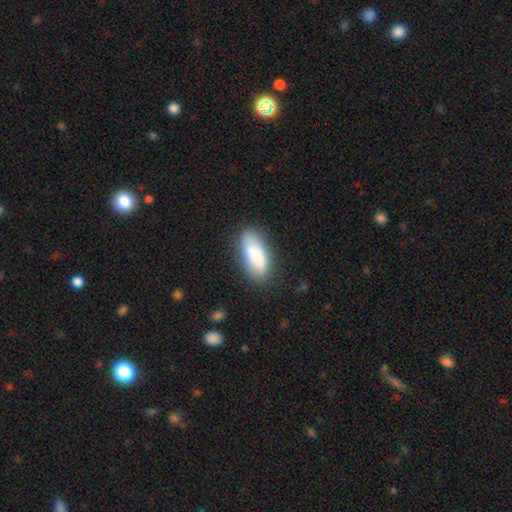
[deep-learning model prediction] Q: Smooth or featured?
A: smooth (79%); runner-up: featured or disk (14%)
Q: How rounded?
A: in between (78%); runner-up: cigar-shaped (20%)
Q: Merging?
A: none (72%); runner-up: minor disturbance (19%)